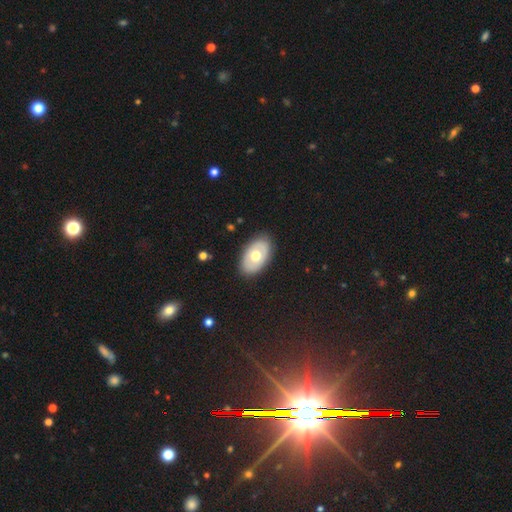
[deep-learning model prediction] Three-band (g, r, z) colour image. It shows a smooth galaxy with no disk features (53%) that is in between round and cigar-shaped (90%). Merging: none (86%).